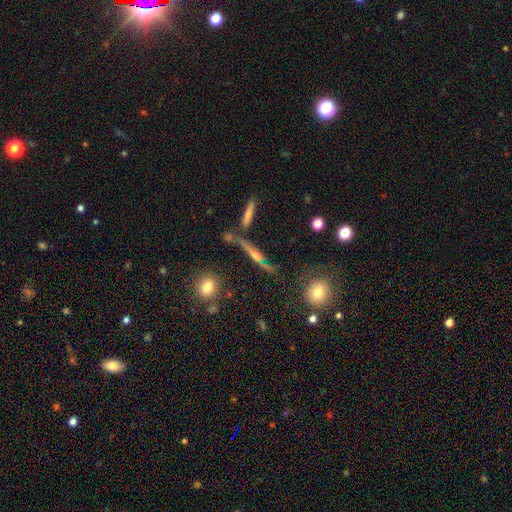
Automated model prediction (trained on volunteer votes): Smooth or featured: featured or disk — 64% (smooth — 22%)
Edge-on disk: yes — 85% (no — 15%)
Edge-on bulge: rounded — 66% (none — 24%)
Merging: none — 64% (minor disturbance — 15%)